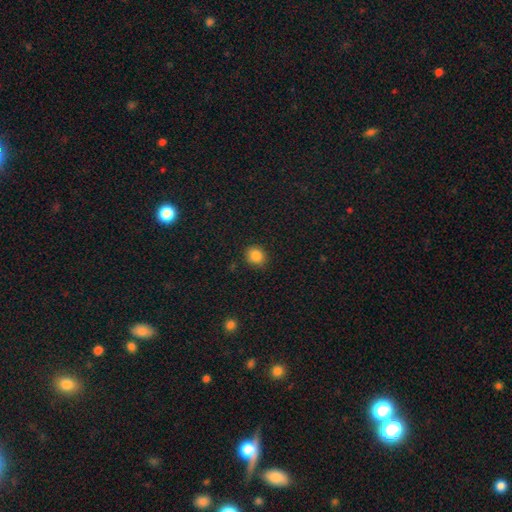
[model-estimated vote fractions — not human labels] This is clearly a smooth galaxy (86%). How rounded: clearly round (83%). Merging: clearly none (89%).